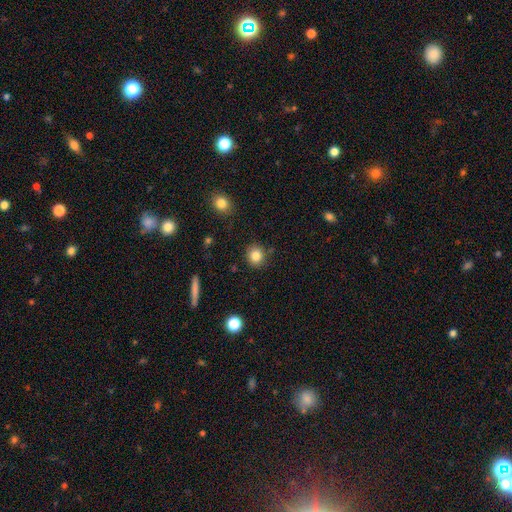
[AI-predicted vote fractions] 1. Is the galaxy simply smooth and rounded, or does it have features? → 83% smooth, 10% star or artifact, 7% featured or disk.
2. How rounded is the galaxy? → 85% round, 14% in between, 1% cigar-shaped.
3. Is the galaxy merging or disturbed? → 87% none, 8% minor disturbance, 2% merger, 2% major disturbance.